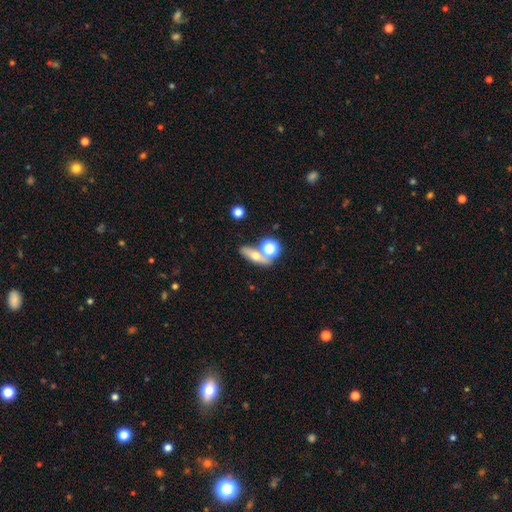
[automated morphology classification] Overall: smooth (54%; featured or disk 33%). How rounded: in between (43%; cigar-shaped 33%). Merging: none (60%; merger 25%).